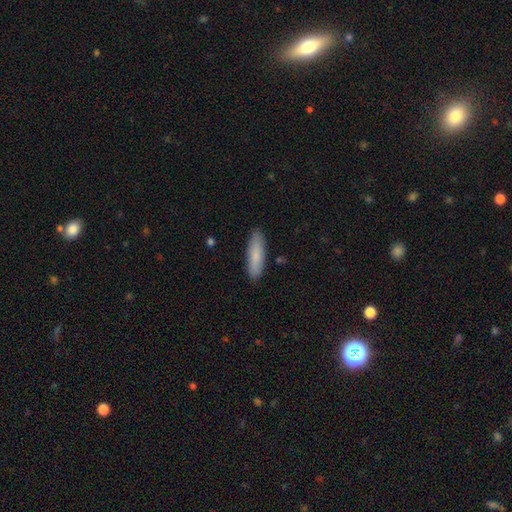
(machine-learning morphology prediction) Overall: smooth (83%). How rounded: cigar-shaped (62%; in between 37%). Merging: none (88%).